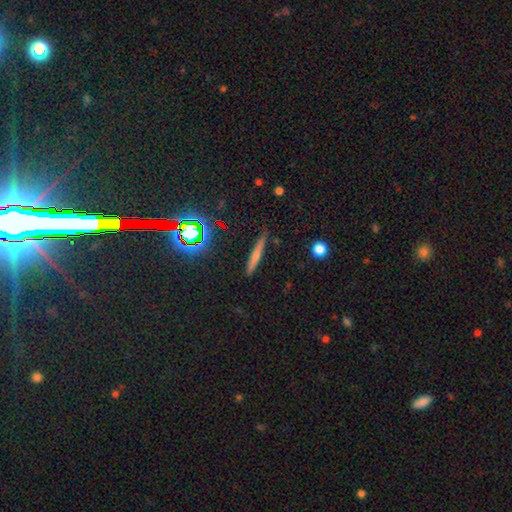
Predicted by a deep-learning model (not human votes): The model was most divided on "smooth or featured": smooth: 57%, featured or disk: 28%, star or artifact: 14%. More confident: how rounded — cigar-shaped (92%); merging — none (85%).